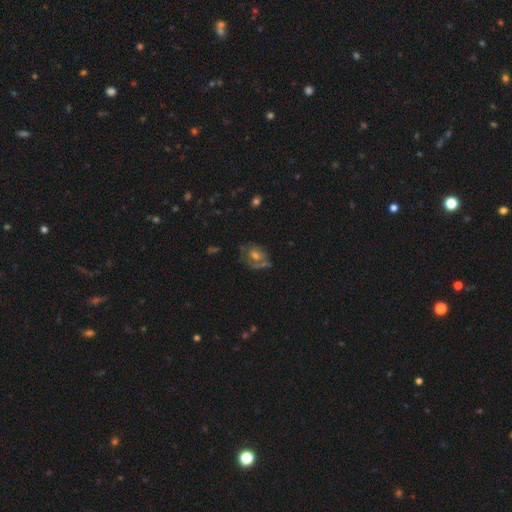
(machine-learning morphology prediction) A featured or disk galaxy (48%).

Vote fractions:
- Smooth or featured? featured or disk: 48% / smooth: 31% / star or artifact: 21%
- Merging? none: 56% / minor disturbance: 22% / major disturbance: 16% / merger: 6%